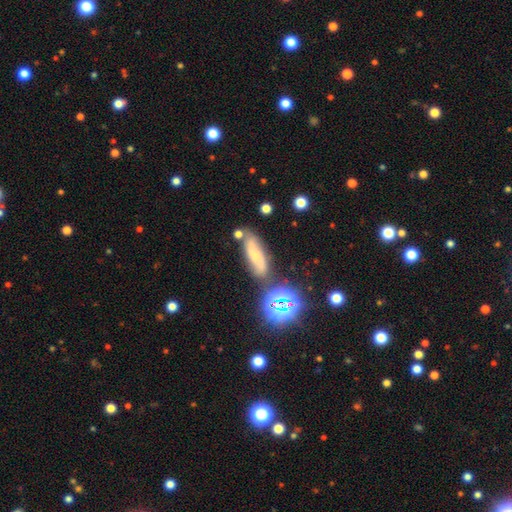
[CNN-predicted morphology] A smooth galaxy with no disk features (41%). Merging: none (66%).